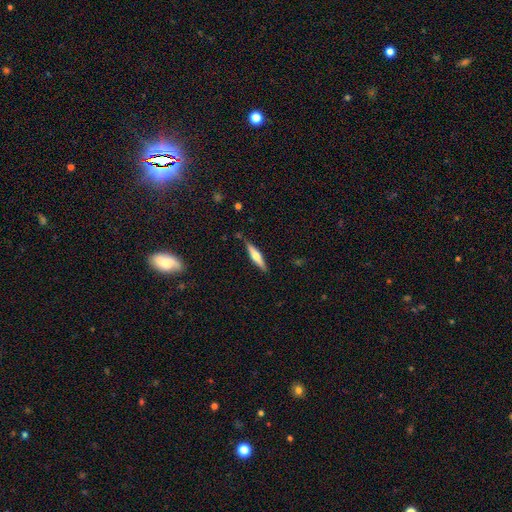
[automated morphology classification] A featured or disk galaxy (52%) viewed edge-on (94%).

Vote fractions:
- Smooth or featured? featured or disk: 52% / smooth: 42% / star or artifact: 6%
- Edge-on disk? yes: 94% / no: 6%
- Merging? none: 86% / minor disturbance: 10% / major disturbance: 2% / merger: 2%